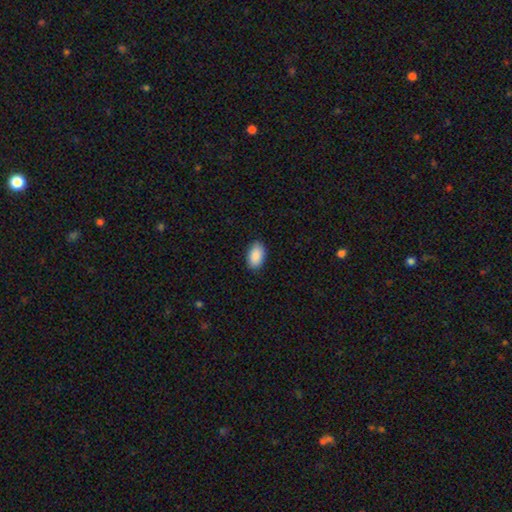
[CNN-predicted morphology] type=smooth (91%); roundness=in between (94%); merging=none (87%).